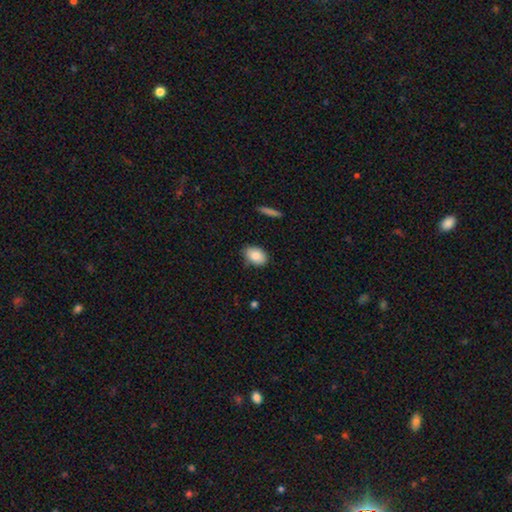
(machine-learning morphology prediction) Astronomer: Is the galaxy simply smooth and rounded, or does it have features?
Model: smooth — 86%.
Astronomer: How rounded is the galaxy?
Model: in between — 85%.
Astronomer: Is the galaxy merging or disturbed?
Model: none — 78%.